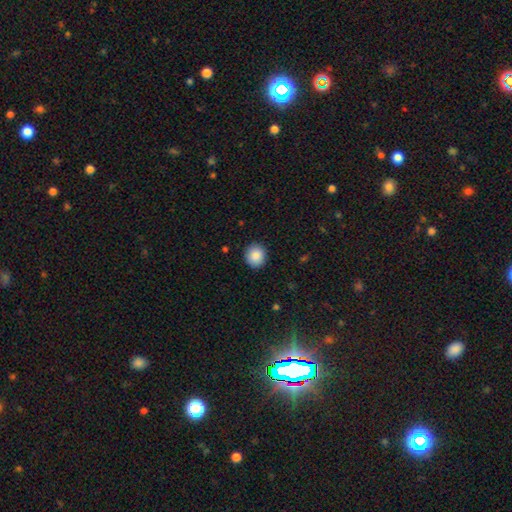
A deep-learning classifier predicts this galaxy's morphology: A smooth galaxy with no disk features (88%) that is round (85%).

Vote fractions:
- Smooth or featured? smooth: 88% / star or artifact: 8% / featured or disk: 4%
- How rounded? round: 85% / in between: 14% / cigar-shaped: 1%
- Merging? none: 91% / minor disturbance: 6% / major disturbance: 2% / merger: 1%